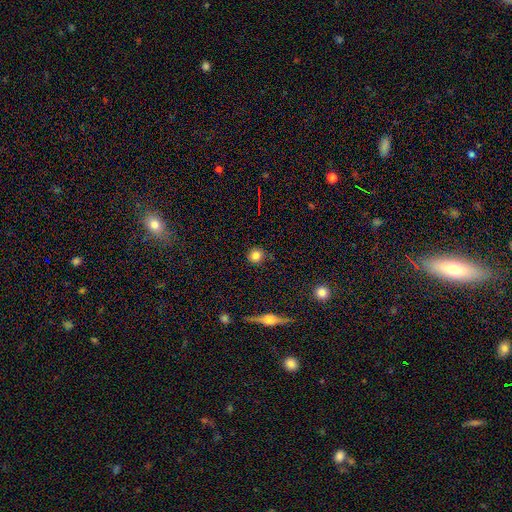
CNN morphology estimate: smooth_or_featured: smooth (p=0.82) [alt: star or artifact p=0.11]
how_rounded: round (p=0.93) [alt: in between p=0.06]
merging: none (p=0.88) [alt: minor disturbance p=0.07]